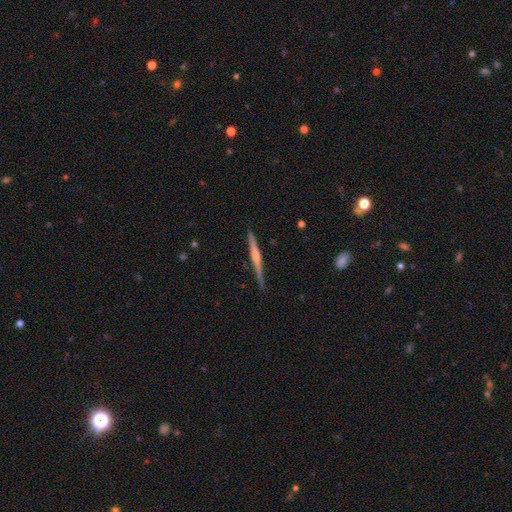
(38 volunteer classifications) A featured or disk galaxy (63%) viewed edge-on (100%) with a rounded central bulge (62%). Merging: none (78%).